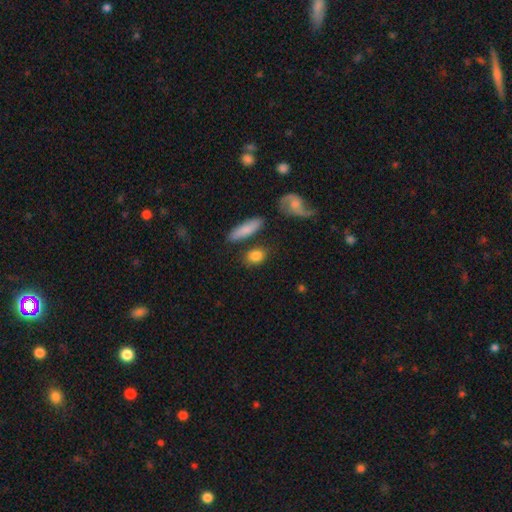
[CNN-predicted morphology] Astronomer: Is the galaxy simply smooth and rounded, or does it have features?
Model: smooth — 82%.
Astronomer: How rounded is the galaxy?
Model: in between — 57% (runner-up: round, 35%).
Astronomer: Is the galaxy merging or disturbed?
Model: none — 75%.